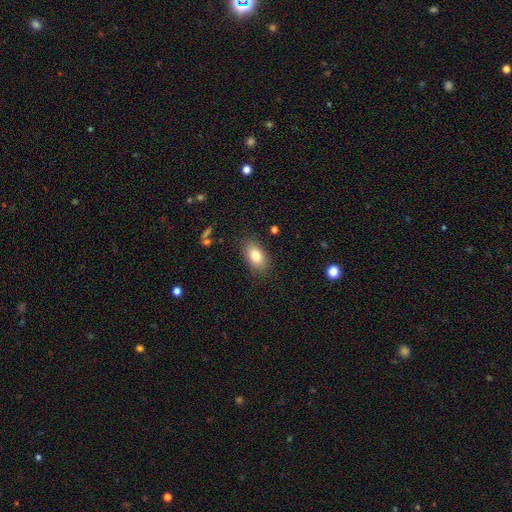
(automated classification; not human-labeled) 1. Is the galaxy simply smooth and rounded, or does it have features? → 81% smooth, 11% featured or disk, 8% star or artifact.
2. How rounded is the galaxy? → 89% in between, 9% round, 2% cigar-shaped.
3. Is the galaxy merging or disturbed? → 85% none, 11% minor disturbance, 3% major disturbance, 1% merger.